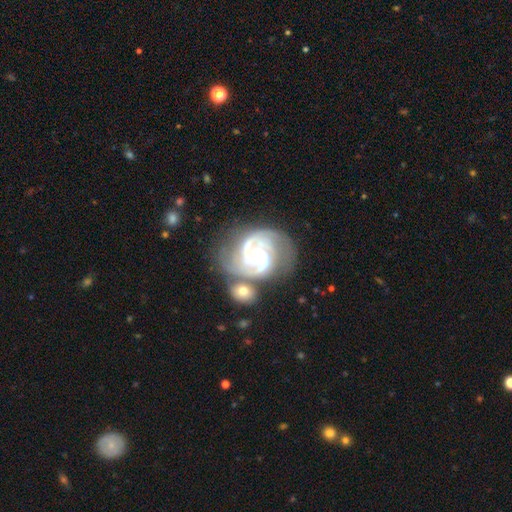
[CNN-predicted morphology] The model was most divided on "bulge size" (2-way tie): moderate: 48%, small: 48%, large: 2%, none: 1%, dominant: 1%; "spiral winding" (2-way tie): tight: 46%, medium: 46%, loose: 8%. Remaining: spiral arms — yes (98%); edge-on disk — no (98%); smooth or featured — featured or disk (91%); bar — no (57%); spiral arm count — 2 (51%); merging — none (50%).